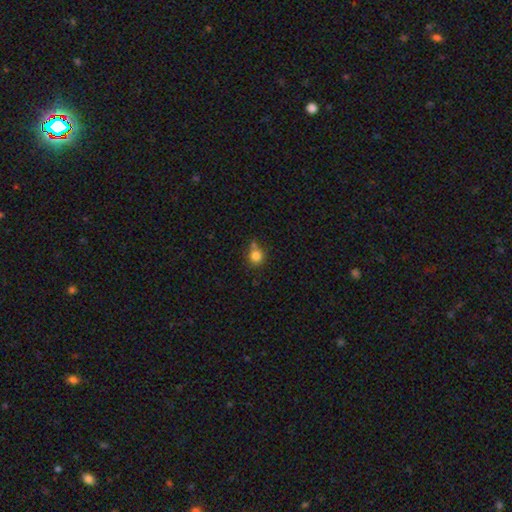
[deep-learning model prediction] Smooth or featured? smooth (81%)
How rounded? round (82%)
Merging? none (55%)